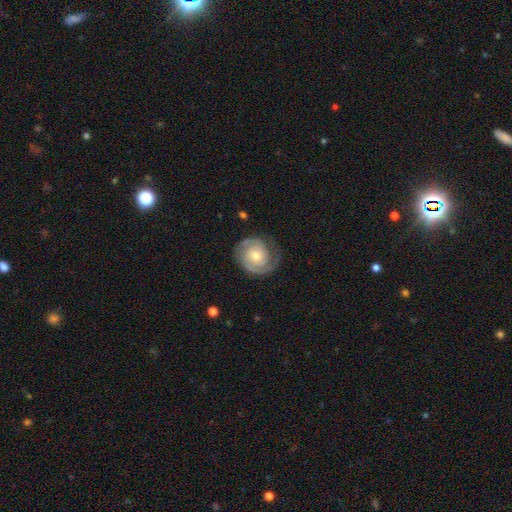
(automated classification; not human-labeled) smooth_or_featured: featured or disk (p=0.83) [alt: smooth p=0.12]
disk_edge_on: no (p=0.98) [alt: yes p=0.02]
bar: no (p=0.71) [alt: weak p=0.24]
has_spiral_arms: yes (p=0.96) [alt: no p=0.04]
spiral_winding: tight (p=0.66) [alt: medium p=0.28]
spiral_arm_count: 2 (p=0.75) [alt: can't tell p=0.09]
bulge_size: moderate (p=0.56) [alt: small p=0.38]
merging: none (p=0.78) [alt: minor disturbance p=0.15]